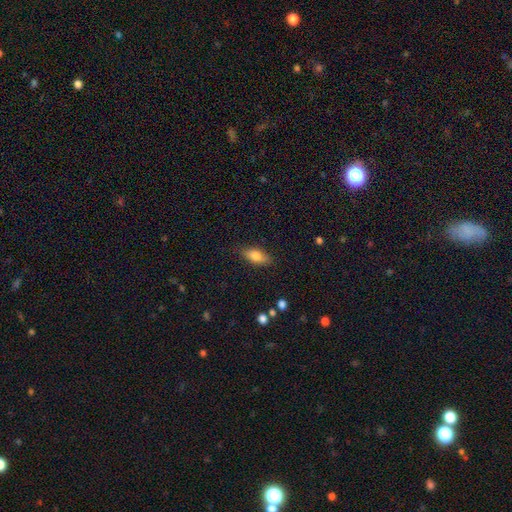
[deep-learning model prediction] Overall: smooth (75%). How rounded: in between (79%). Merging: none (85%).